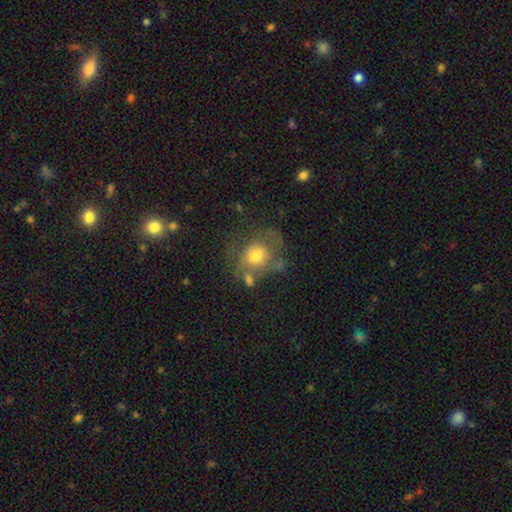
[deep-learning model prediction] Q: Smooth or featured?
A: smooth (59%); runner-up: featured or disk (30%)
Q: How rounded?
A: round (65%); runner-up: in between (34%)
Q: Merging?
A: none (45%); runner-up: minor disturbance (24%)